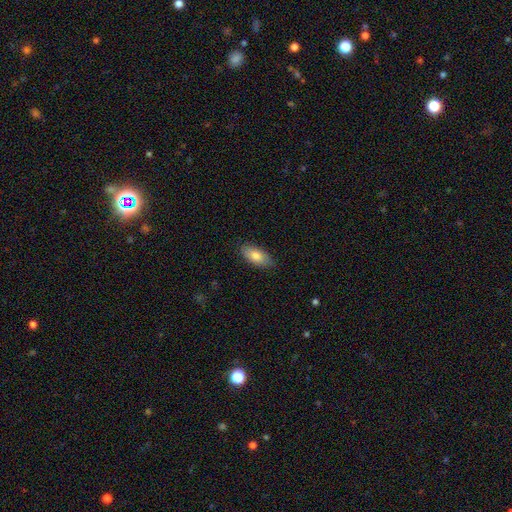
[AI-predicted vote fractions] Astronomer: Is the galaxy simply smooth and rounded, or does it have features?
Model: smooth — 80%.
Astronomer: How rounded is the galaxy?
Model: in between — 91%.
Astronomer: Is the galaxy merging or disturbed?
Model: none — 84%.